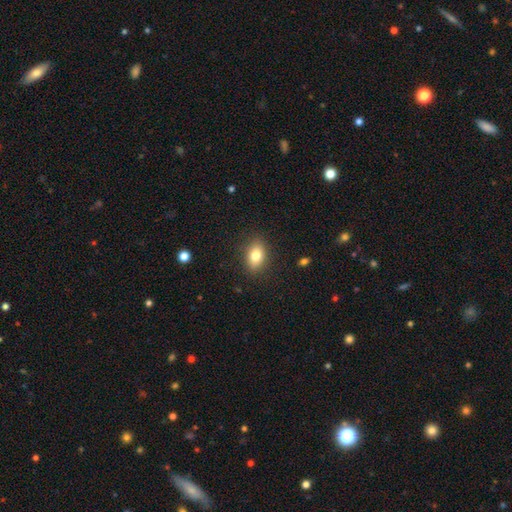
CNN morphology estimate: A smooth galaxy with no disk features (80%) that is in between round and cigar-shaped (84%).

Vote fractions:
- Smooth or featured? smooth: 80% / featured or disk: 11% / star or artifact: 9%
- How rounded? in between: 84% / round: 14% / cigar-shaped: 2%
- Merging? none: 87% / minor disturbance: 9% / major disturbance: 3% / merger: 1%